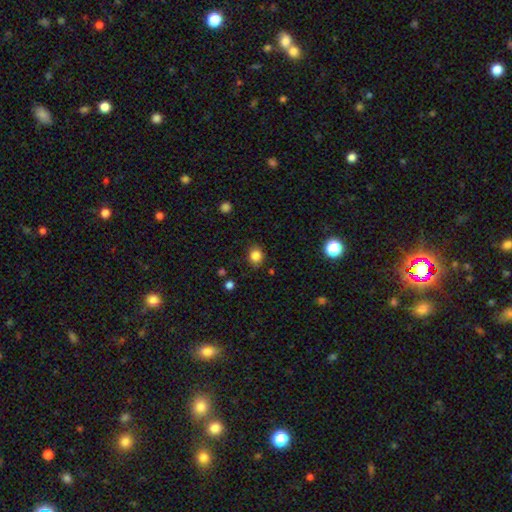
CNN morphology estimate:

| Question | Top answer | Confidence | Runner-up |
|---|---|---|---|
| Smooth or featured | smooth | 83% | star or artifact (12%) |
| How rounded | round | 70% | in between (30%) |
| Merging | none | 84% | minor disturbance (12%) |